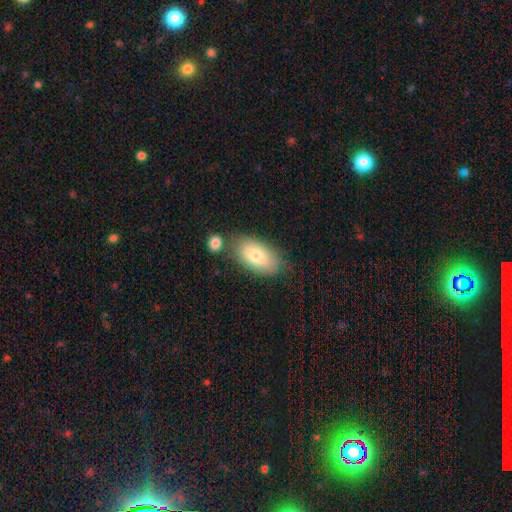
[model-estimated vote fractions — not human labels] Overall: smooth (76%). How rounded: in between (93%). Merging: none (68%).